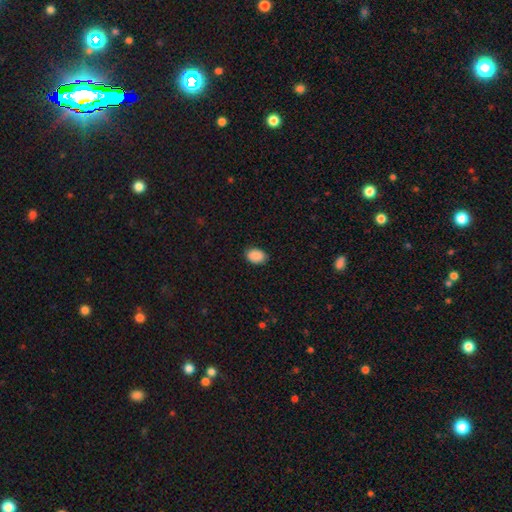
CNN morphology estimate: Overall: smooth (90%). How rounded: in between (79%). Merging: none (88%).